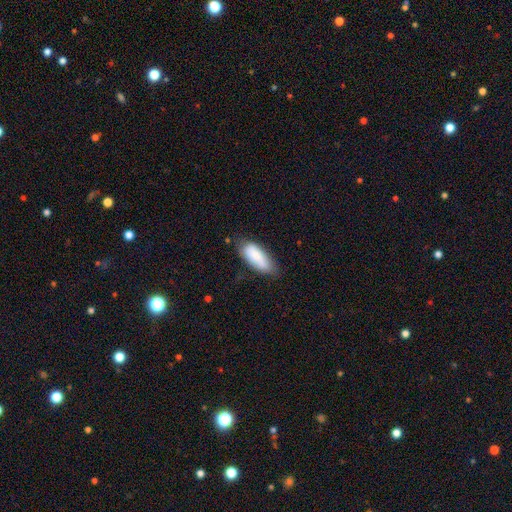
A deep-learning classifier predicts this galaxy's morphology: Overall: smooth (81%). How rounded: in between (78%). Merging: none (64%; minor disturbance 27%).